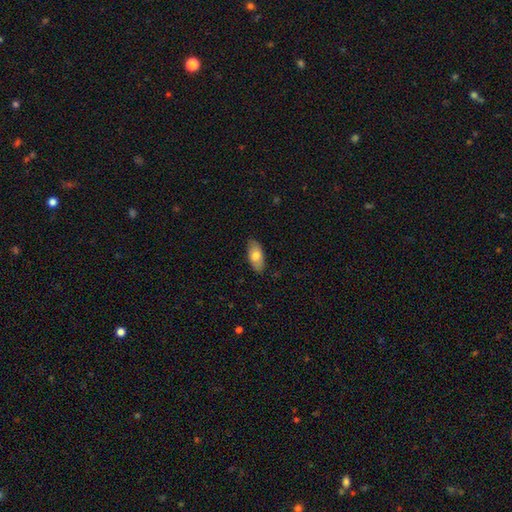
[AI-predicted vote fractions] smooth 75%, featured or disk 19%, star or artifact 6%. Down the decision tree: how rounded — in between (91%); merging — none (85%).